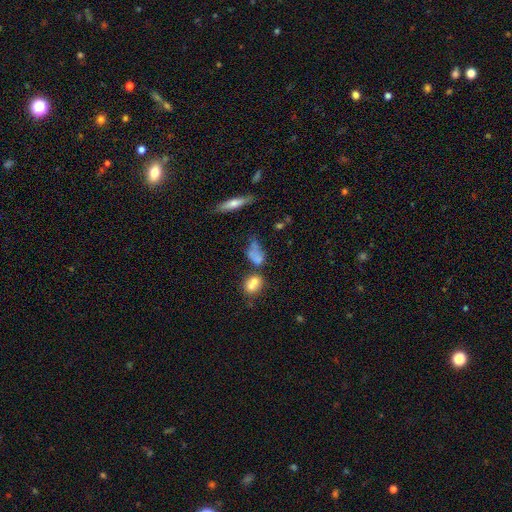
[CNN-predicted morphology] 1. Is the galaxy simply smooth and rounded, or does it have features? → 63% smooth, 22% featured or disk, 14% star or artifact.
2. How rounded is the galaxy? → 72% in between, 19% round, 10% cigar-shaped.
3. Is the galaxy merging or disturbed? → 38% merger, 26% none, 18% minor disturbance, 17% major disturbance.